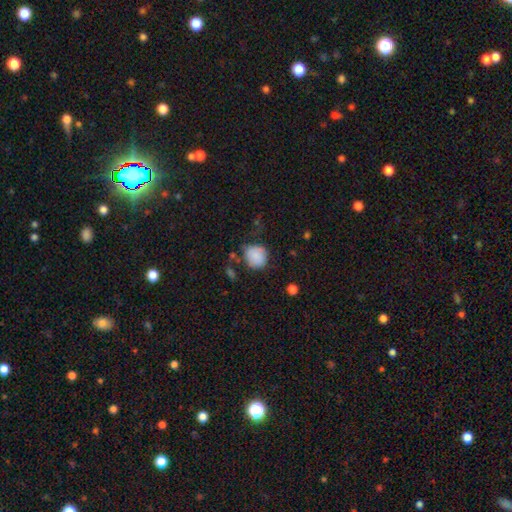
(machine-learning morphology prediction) Q: Smooth or featured?
A: smooth (85%); runner-up: star or artifact (9%)
Q: How rounded?
A: round (82%); runner-up: in between (17%)
Q: Merging?
A: none (62%); runner-up: minor disturbance (25%)